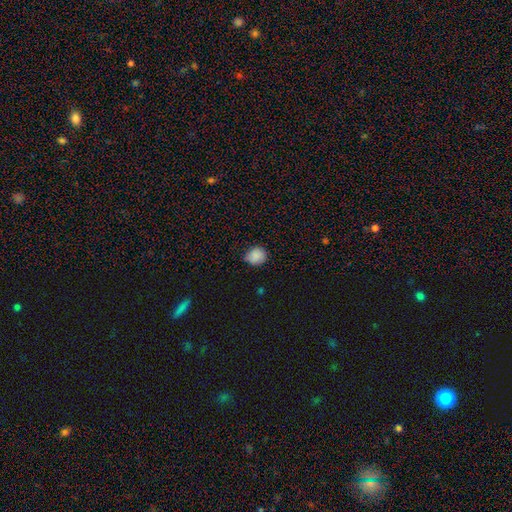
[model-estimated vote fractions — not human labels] Morphology: type=smooth (86%); roundness=round (79%); merging=none (69%).